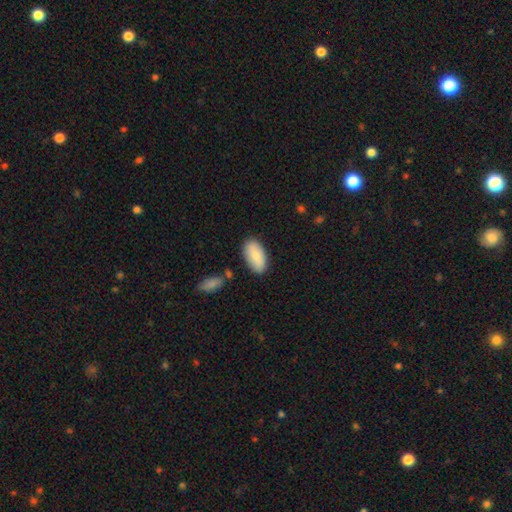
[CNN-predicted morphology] Smooth or featured?
  - smooth: 80% *
  - featured or disk: 14%
  - star or artifact: 6%
How rounded?
  - in between: 94% *
  - cigar-shaped: 3%
  - round: 3%
Merging?
  - none: 81% *
  - minor disturbance: 12%
  - merger: 4%
  - major disturbance: 3%